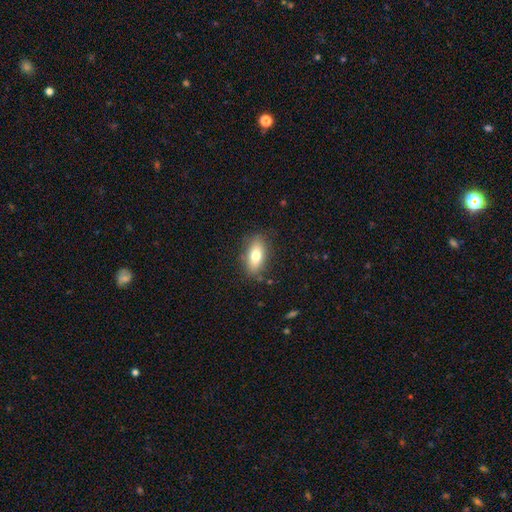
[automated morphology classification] Smooth or featured: smooth — 75% (featured or disk — 17%)
How rounded: in between — 84% (cigar-shaped — 10%)
Merging: none — 83% (minor disturbance — 12%)